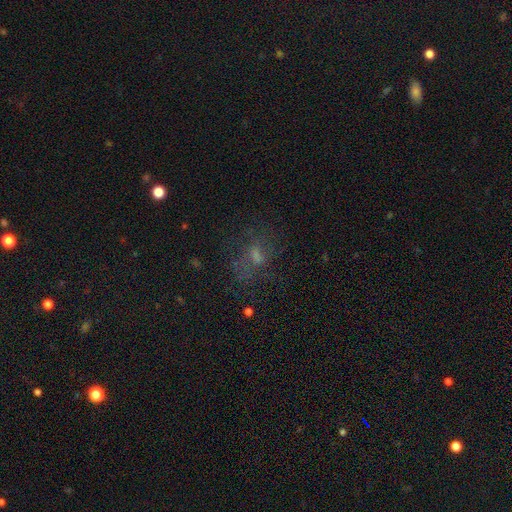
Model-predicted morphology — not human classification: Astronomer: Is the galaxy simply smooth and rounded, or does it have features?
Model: smooth — 35% (runner-up: featured or disk, 33%).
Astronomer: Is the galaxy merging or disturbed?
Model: none — 59%.